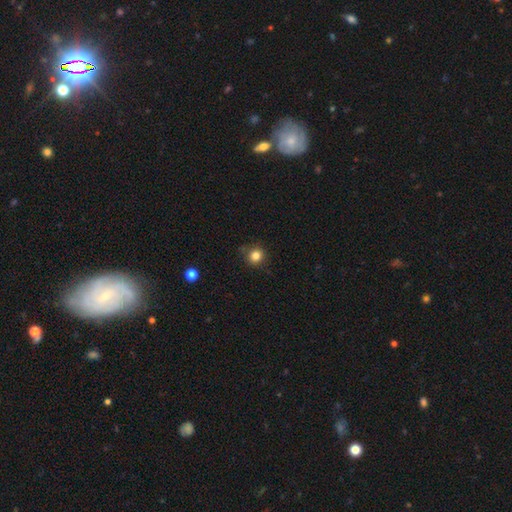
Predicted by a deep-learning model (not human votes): Smooth or featured: smooth — 83% (star or artifact — 12%)
How rounded: round — 90% (in between — 9%)
Merging: none — 83% (minor disturbance — 12%)